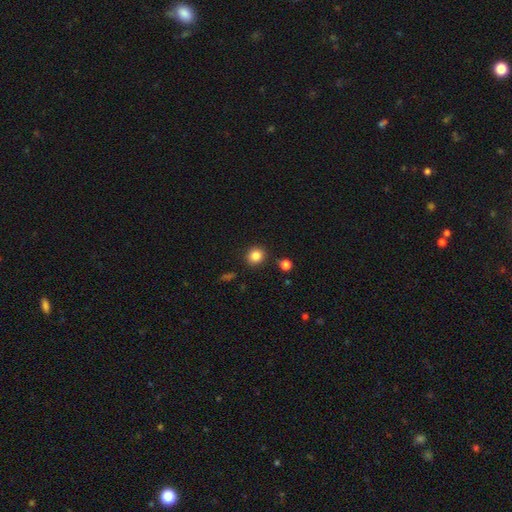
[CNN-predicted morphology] Q: Smooth or featured?
A: smooth (85%); runner-up: star or artifact (11%)
Q: How rounded?
A: round (83%); runner-up: in between (16%)
Q: Merging?
A: none (88%); runner-up: minor disturbance (7%)